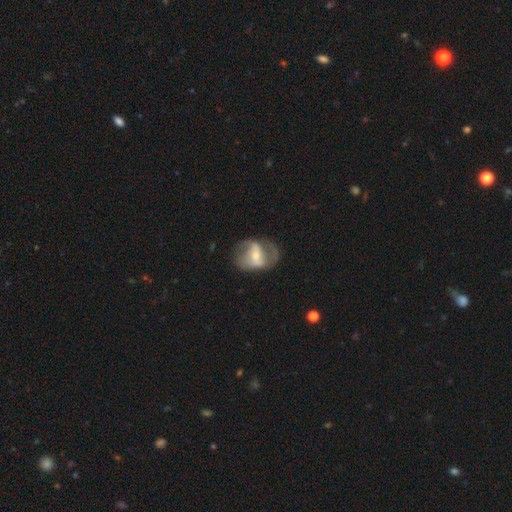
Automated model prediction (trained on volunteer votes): Overall: featured or disk (64%; smooth 30%). Edge-on disk: no (95%). Bar: weak (39%; strong 31%). Spiral arms: yes (61%; no 39%). Bulge size: moderate (45%, tied with small). Merging: none (51%; major disturbance 24%).